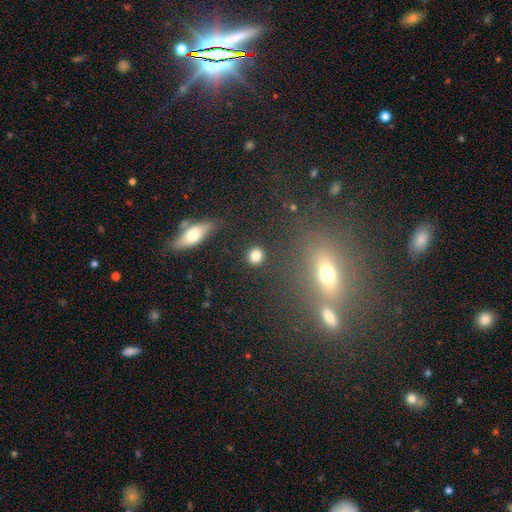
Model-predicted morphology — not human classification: This appears to be a smooth galaxy with no disk features (83%) that is round (86%). Merging: none (89%).